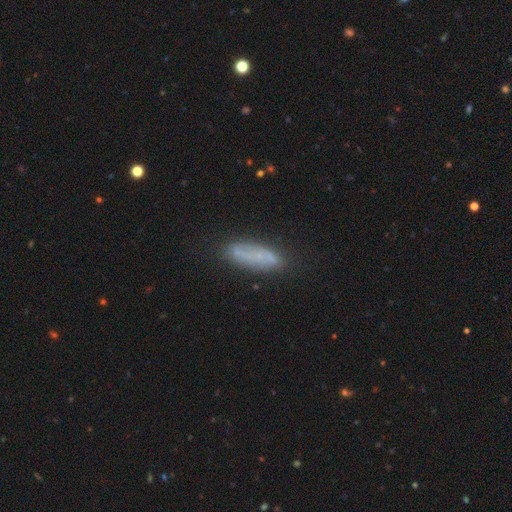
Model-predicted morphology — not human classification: This is possibly a smooth galaxy (57%). How rounded: likely cigar-shaped (62%). Merging: likely none (74%).